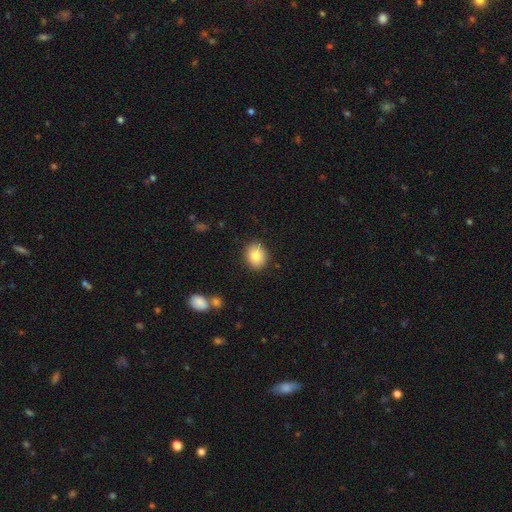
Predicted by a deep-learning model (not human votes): smooth_or_featured: smooth (p=0.84) [alt: star or artifact p=0.08]
how_rounded: round (p=0.55) [alt: in between p=0.44]
merging: none (p=0.88) [alt: minor disturbance p=0.08]